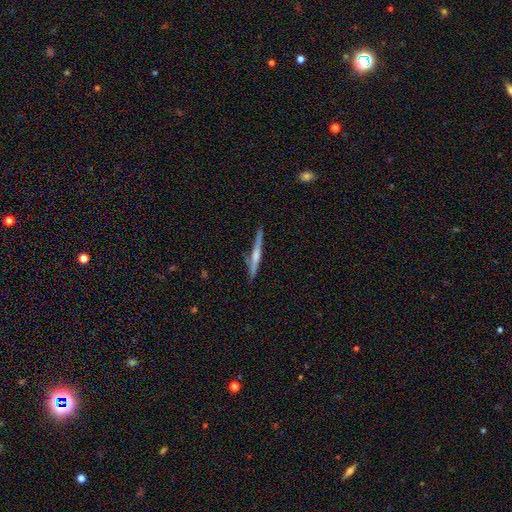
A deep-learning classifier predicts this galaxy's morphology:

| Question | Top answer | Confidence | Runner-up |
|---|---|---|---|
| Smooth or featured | featured or disk | 63% | smooth (31%) |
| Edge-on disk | yes | 97% | no (3%) |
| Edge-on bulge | rounded | 60% | none (27%) |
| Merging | none | 84% | minor disturbance (11%) |